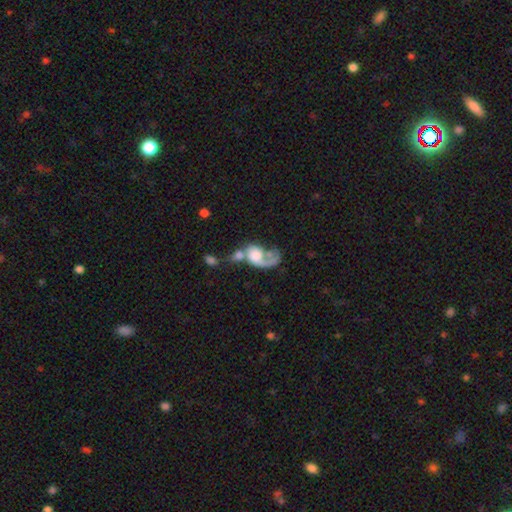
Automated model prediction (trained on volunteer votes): Smooth or featured? featured or disk (57%)
Edge-on disk? no (97%)
Bar? no (81%)
Spiral arms? yes (73%)
Bulge size? large (32%)
Merging? merger (44%)